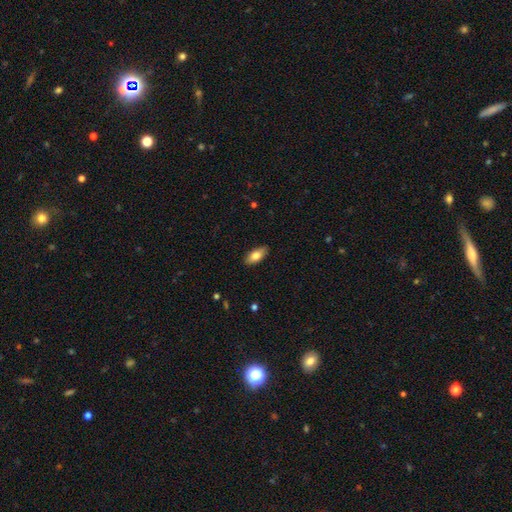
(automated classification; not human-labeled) A smooth galaxy with no disk features (77%) that is in between round and cigar-shaped (87%). Merging: none (88%).